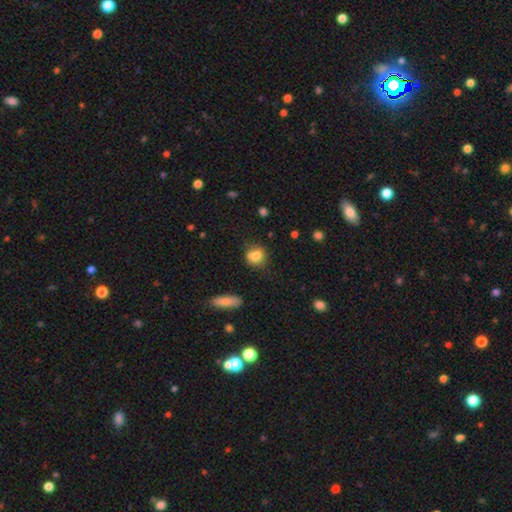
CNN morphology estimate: A smooth galaxy with no disk features (76%) that is round (71%). Merging: none (53%).